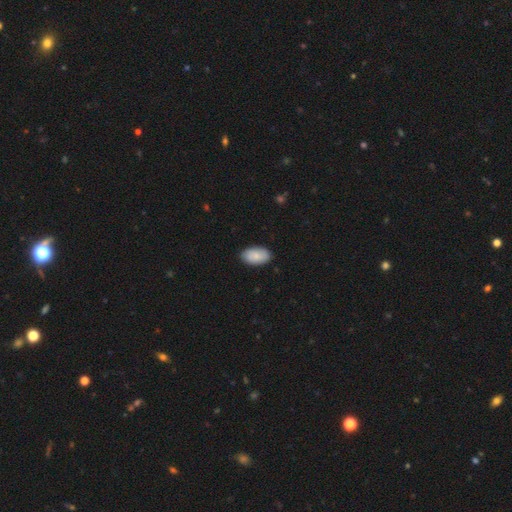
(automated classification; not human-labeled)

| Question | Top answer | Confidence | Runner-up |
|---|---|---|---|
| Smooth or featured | smooth | 83% | featured or disk (11%) |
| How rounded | in between | 95% | round (4%) |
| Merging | none | 87% | minor disturbance (11%) |